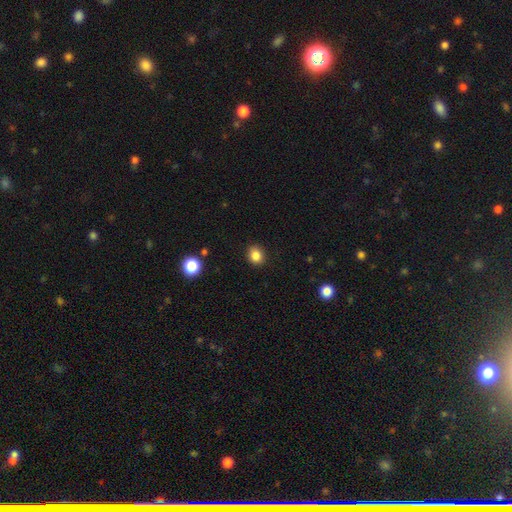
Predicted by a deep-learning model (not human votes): smooth 84%, star or artifact 12%, featured or disk 5%. Down the decision tree: how rounded — round (73%); merging — none (89%).